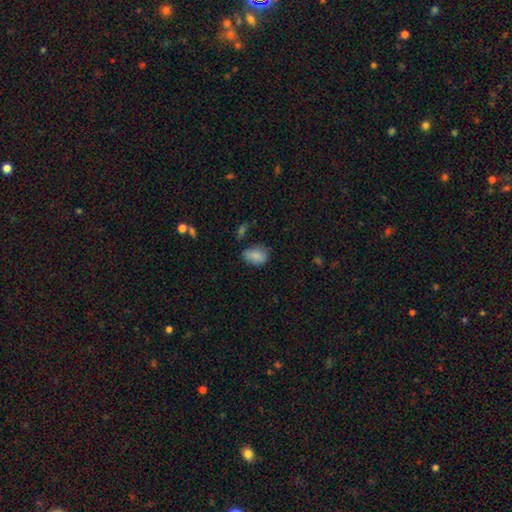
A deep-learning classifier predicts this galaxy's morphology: smooth-or-featured: smooth: 84% | featured or disk: 8% | star or artifact: 8%
  how-rounded: in between: 85% | round: 14% | cigar-shaped: 1%
  merging: none: 63% | minor disturbance: 27% | major disturbance: 6% | merger: 3%